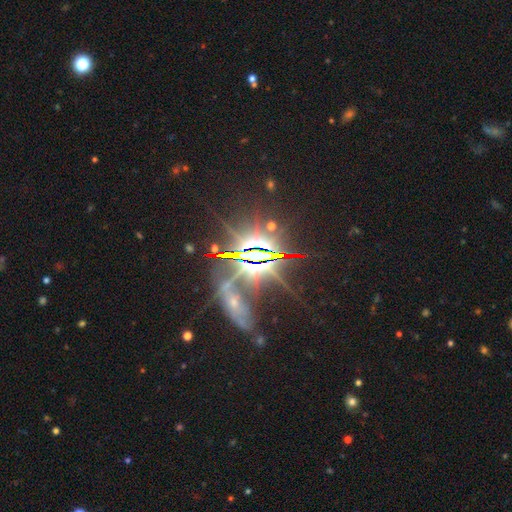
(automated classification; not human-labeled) smooth_or_featured: star or artifact (p=0.78) [alt: featured or disk p=0.13]